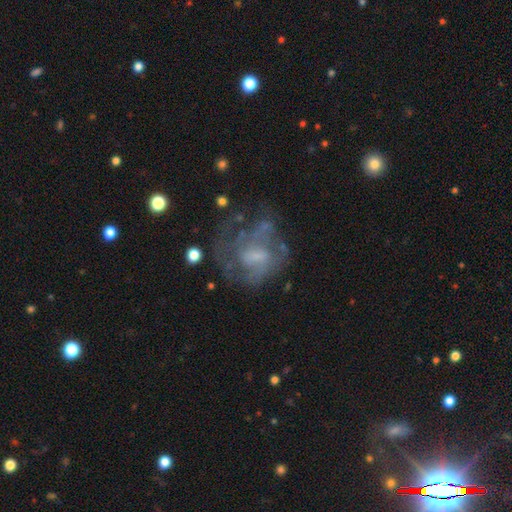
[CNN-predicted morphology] A featured or disk galaxy (66%) with no bar (48%), spiral arms (55%) and a small central bulge (31%, tied with moderate and none). Merging: none (47%).